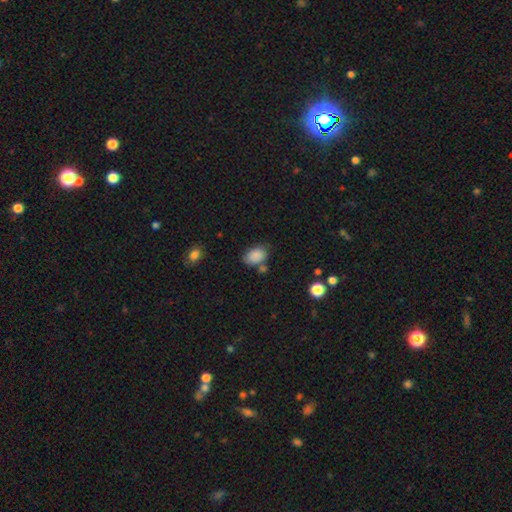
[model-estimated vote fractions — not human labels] smooth 87%, star or artifact 8%, featured or disk 5%. Down the decision tree: how rounded — in between (82%); merging — none (64%).